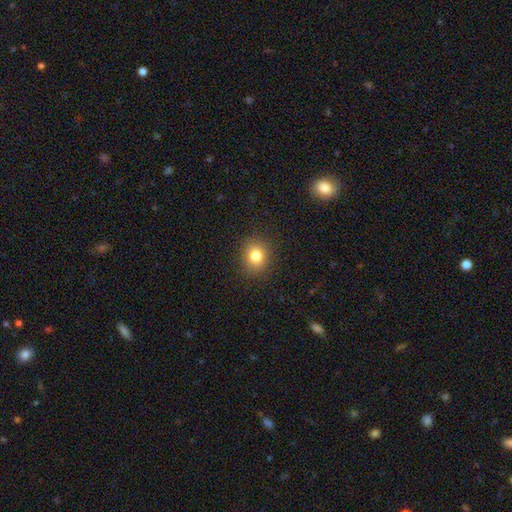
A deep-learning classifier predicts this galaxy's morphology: The model was most divided on "how rounded": round: 76%, in between: 23%, cigar-shaped: 1%. More confident: merging — none (89%); smooth or featured — smooth (81%).